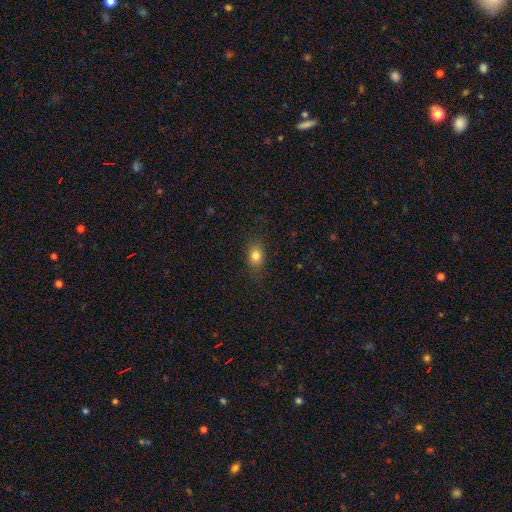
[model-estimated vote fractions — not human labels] Smooth or featured: smooth — 81% (star or artifact — 11%)
How rounded: in between — 66% (round — 31%)
Merging: none — 83% (minor disturbance — 12%)